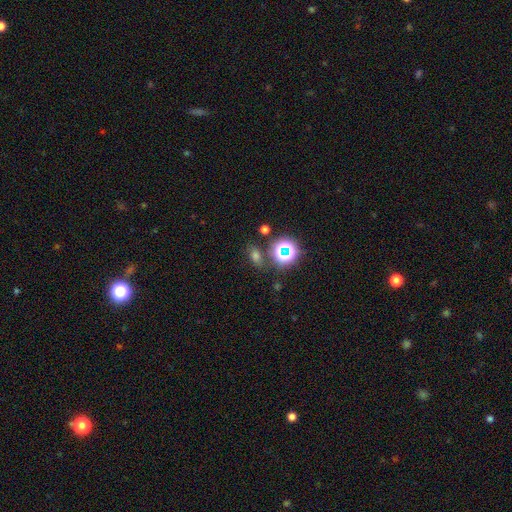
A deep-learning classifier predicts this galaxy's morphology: Smooth or featured? Predicted: smooth (p=0.59). How rounded? Predicted: in between (p=0.69). Merging? Predicted: none (p=0.73).